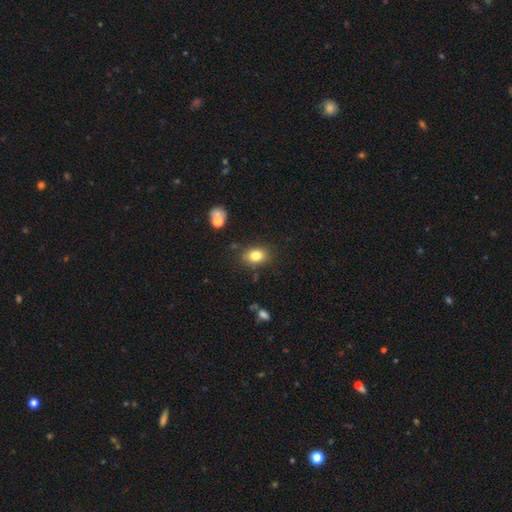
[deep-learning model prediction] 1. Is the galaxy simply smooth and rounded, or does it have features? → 81% smooth, 10% star or artifact, 9% featured or disk.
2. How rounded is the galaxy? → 70% in between, 29% round, 1% cigar-shaped.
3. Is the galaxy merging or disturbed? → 81% none, 13% minor disturbance, 3% merger, 3% major disturbance.